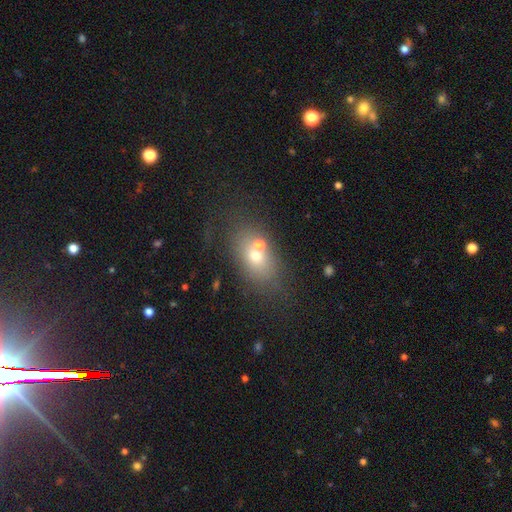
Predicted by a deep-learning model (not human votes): Q: Smooth or featured?
A: smooth (60%); runner-up: featured or disk (25%)
Q: How rounded?
A: in between (73%); runner-up: round (24%)
Q: Merging?
A: none (49%); runner-up: merger (31%)